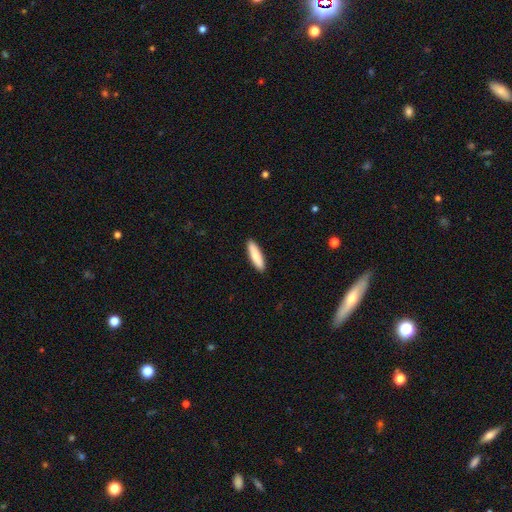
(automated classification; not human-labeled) smooth 83%, featured or disk 12%, star or artifact 5%. Down the decision tree: how rounded — cigar-shaped (72%); merging — none (92%).